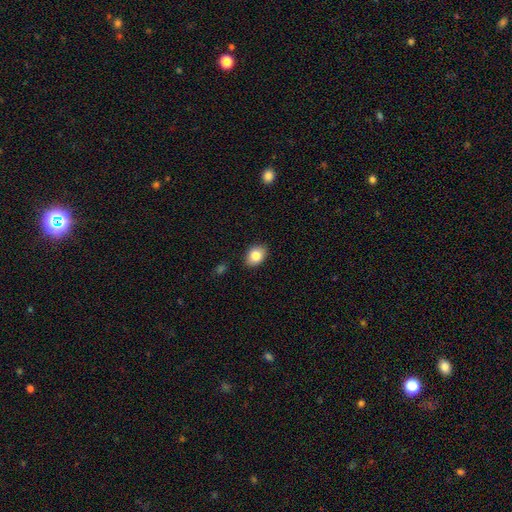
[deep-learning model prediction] This is clearly a smooth galaxy (83%). How rounded: likely in between (73%). Merging: clearly none (87%).